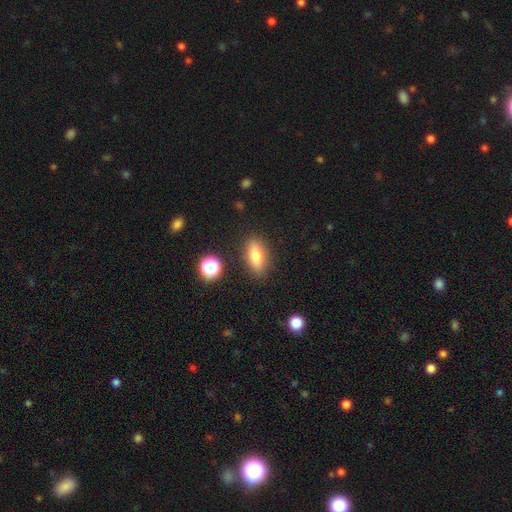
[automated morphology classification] Smooth or featured? smooth (75%)
How rounded? in between (73%)
Merging? none (85%)